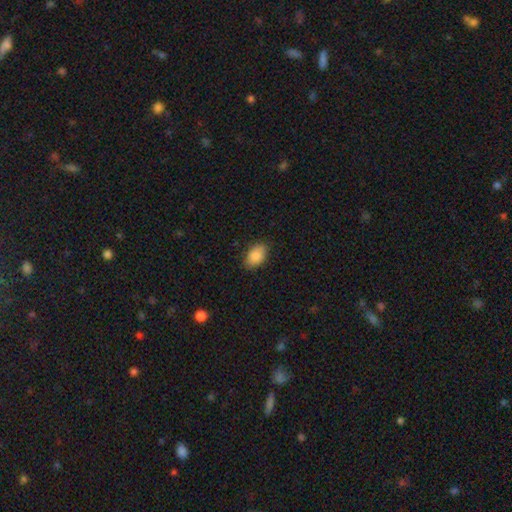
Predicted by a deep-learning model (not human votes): Overall: smooth (88%). How rounded: in between (90%). Merging: none (84%).